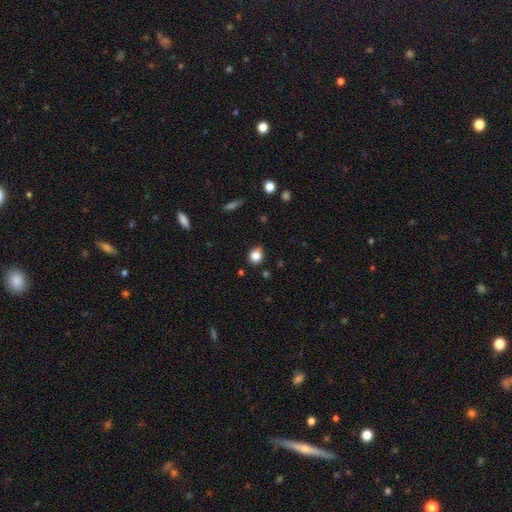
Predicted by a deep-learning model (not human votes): Smooth or featured: smooth — 85% (star or artifact — 11%)
How rounded: round — 64% (in between — 35%)
Merging: none — 85% (minor disturbance — 11%)